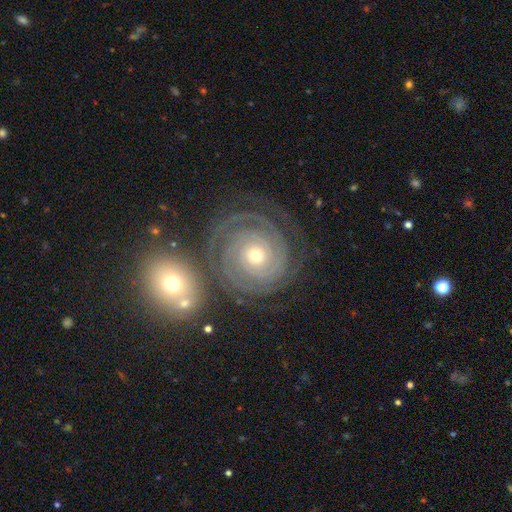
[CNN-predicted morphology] This appears to be a featured or disk galaxy (90%) with no bar (80%), 2 (44%) tight (88%) spiral arms (98%) and a small central bulge (55%). Merging: none (72%).